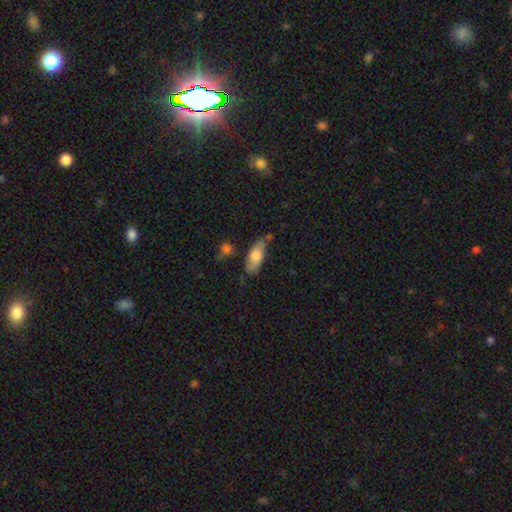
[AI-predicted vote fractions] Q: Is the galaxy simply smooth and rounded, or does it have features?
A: smooth — 66%.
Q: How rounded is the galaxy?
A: in between — 76%.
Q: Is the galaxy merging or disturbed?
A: none — 66%.